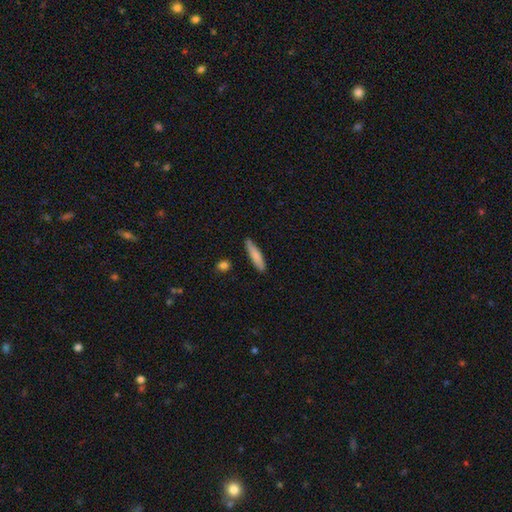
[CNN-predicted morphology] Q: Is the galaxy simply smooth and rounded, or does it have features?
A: smooth — 80%.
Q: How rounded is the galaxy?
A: cigar-shaped — 84%.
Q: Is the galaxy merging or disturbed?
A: none — 83%.